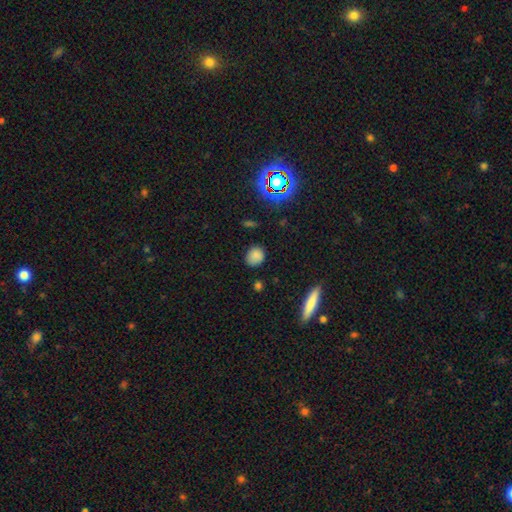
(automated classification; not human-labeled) Morphology: type=smooth (79%); roundness=round (73%); merging=none (83%).